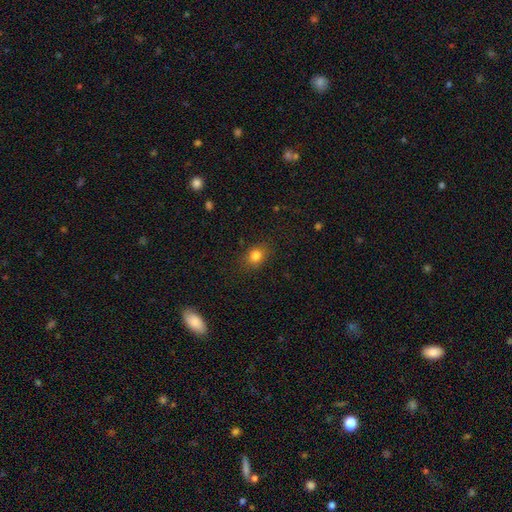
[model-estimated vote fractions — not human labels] Smooth or featured? smooth (81%)
How rounded? round (51%)
Merging? none (84%)